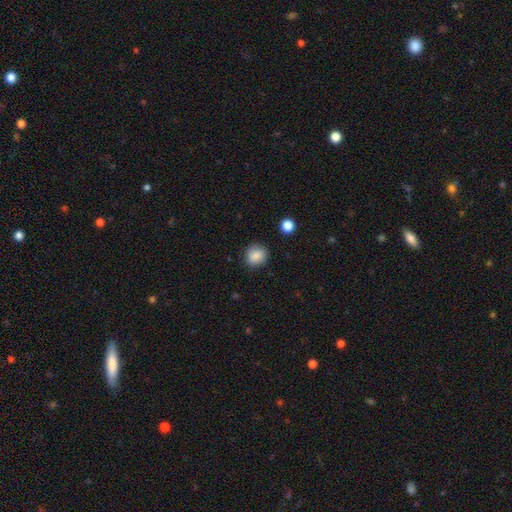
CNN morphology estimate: This is clearly a smooth galaxy (87%). How rounded: likely round (79%). Merging: clearly none (85%).